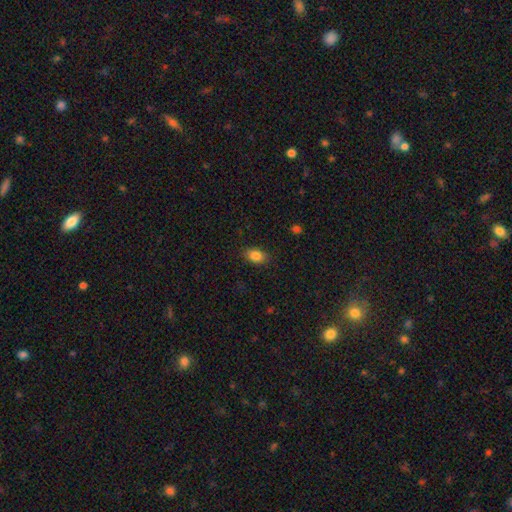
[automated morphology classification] This appears to be a smooth galaxy with no disk features (85%) that is in between round and cigar-shaped (84%). Merging: none (86%).